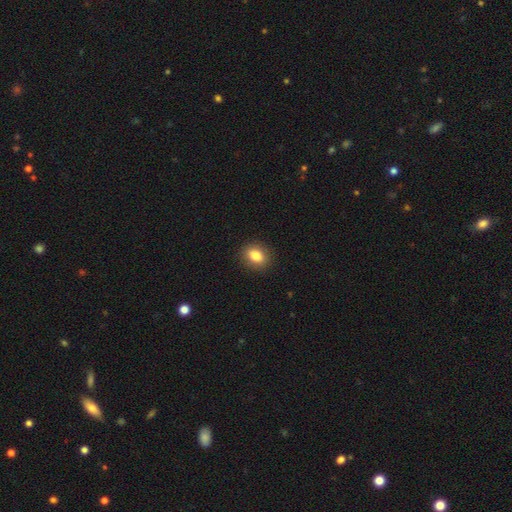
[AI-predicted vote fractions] smooth_or_featured: smooth (p=0.84) [alt: star or artifact p=0.09]
how_rounded: in between (p=0.57) [alt: round p=0.42]
merging: none (p=0.89) [alt: minor disturbance p=0.07]